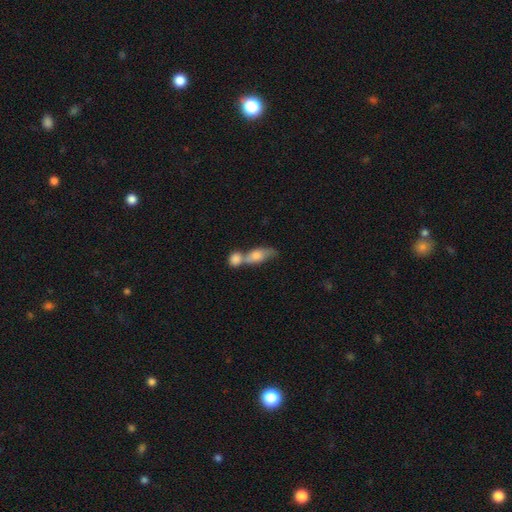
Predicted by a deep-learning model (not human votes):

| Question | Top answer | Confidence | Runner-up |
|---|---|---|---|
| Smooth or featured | smooth | 62% | featured or disk (30%) |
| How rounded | in between | 60% | cigar-shaped (29%) |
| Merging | merger | 65% | none (22%) |